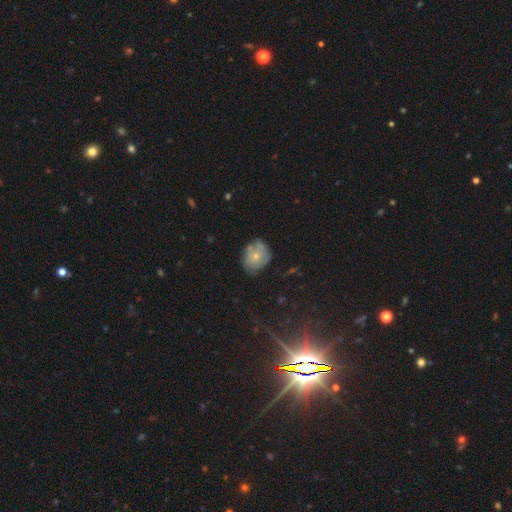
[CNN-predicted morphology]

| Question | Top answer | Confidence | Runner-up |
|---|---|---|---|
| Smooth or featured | smooth | 55% | featured or disk (35%) |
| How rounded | round | 52% | in between (47%) |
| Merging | none | 61% | minor disturbance (28%) |